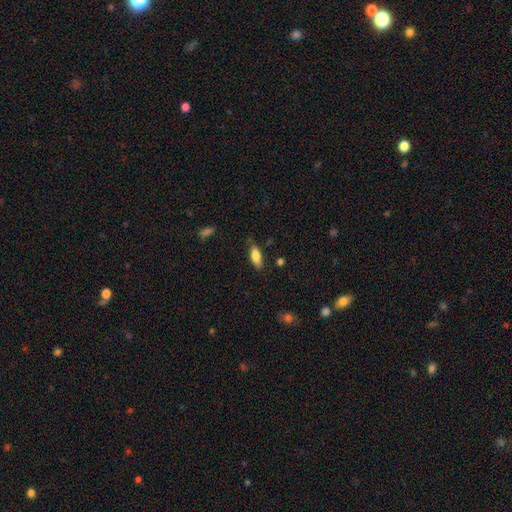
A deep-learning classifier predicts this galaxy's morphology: Q: Smooth or featured?
A: smooth (81%); runner-up: featured or disk (12%)
Q: How rounded?
A: in between (73%); runner-up: cigar-shaped (25%)
Q: Merging?
A: none (74%); runner-up: minor disturbance (20%)